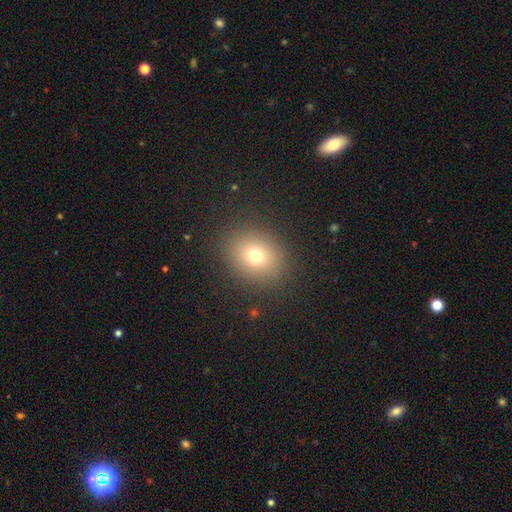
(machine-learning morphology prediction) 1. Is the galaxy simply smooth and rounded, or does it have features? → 72% smooth, 17% star or artifact, 11% featured or disk.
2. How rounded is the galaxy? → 64% round, 35% in between, 1% cigar-shaped.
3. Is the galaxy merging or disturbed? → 88% none, 7% minor disturbance, 4% major disturbance, 1% merger.